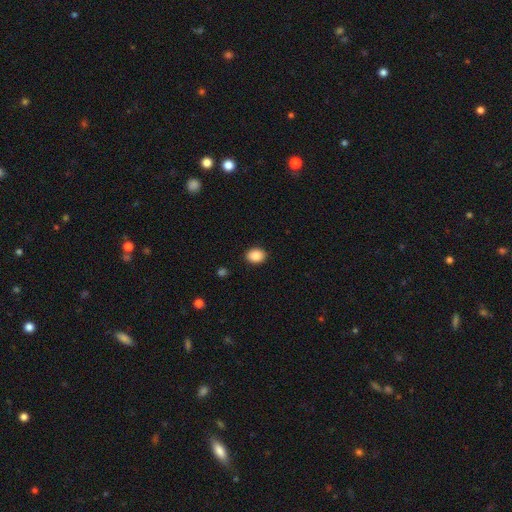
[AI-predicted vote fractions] This appears to be a smooth galaxy with no disk features (89%) that is in between round and cigar-shaped (61%). Merging: none (90%).